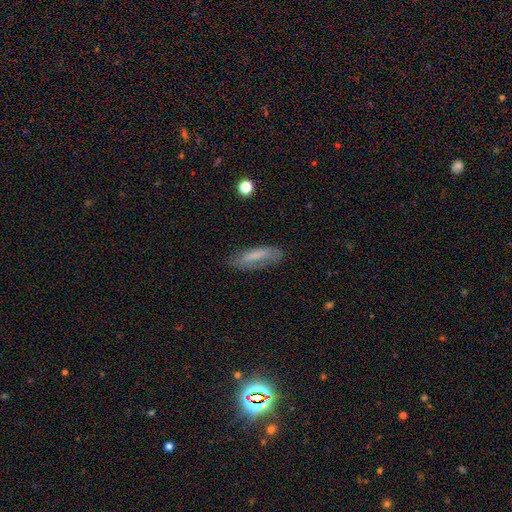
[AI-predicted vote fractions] Smooth or featured? Predicted: smooth (p=0.68). How rounded? Predicted: cigar-shaped (p=0.52). Merging? Predicted: none (p=0.70).